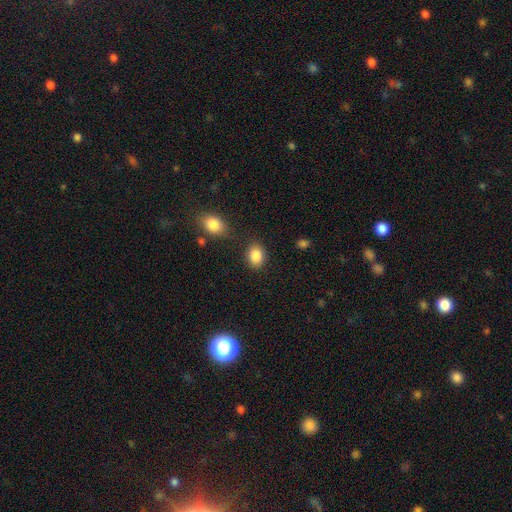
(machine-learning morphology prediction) smooth_or_featured: smooth (p=0.87) [alt: star or artifact p=0.08]
how_rounded: in between (p=0.56) [alt: round p=0.43]
merging: none (p=0.81) [alt: minor disturbance p=0.11]